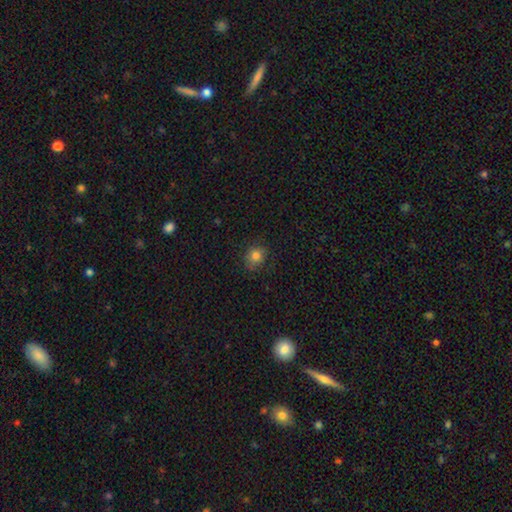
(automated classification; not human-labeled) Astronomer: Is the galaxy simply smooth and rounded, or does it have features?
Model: smooth — 82%.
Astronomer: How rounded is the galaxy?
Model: round — 71%.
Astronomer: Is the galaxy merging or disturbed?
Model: none — 80%.